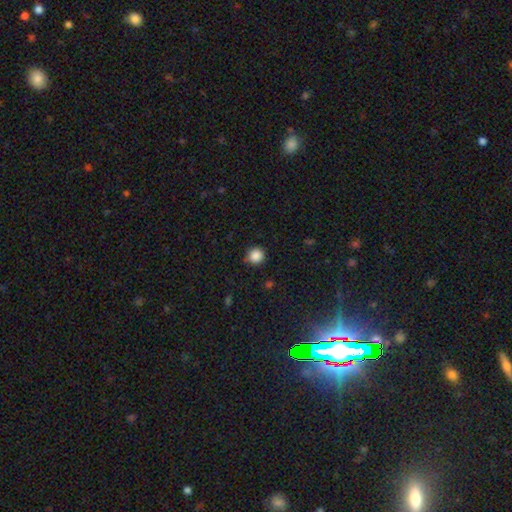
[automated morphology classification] Smooth or featured: smooth — 86% (star or artifact — 11%)
How rounded: round — 93% (in between — 6%)
Merging: none — 83% (minor disturbance — 12%)